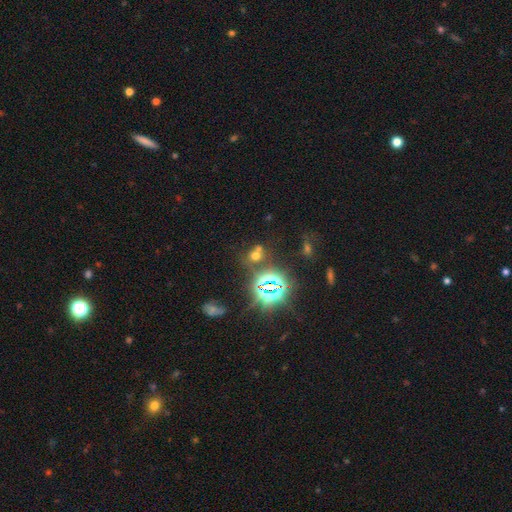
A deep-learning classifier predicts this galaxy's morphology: The model was most divided on "smooth or featured": star or artifact: 49%, smooth: 41%, featured or disk: 11%.